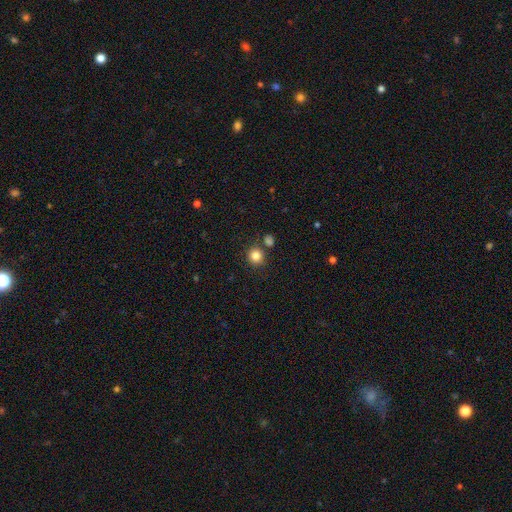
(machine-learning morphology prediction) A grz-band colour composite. It shows a smooth galaxy with no disk features (83%) that is round (91%). Merging: none (79%).